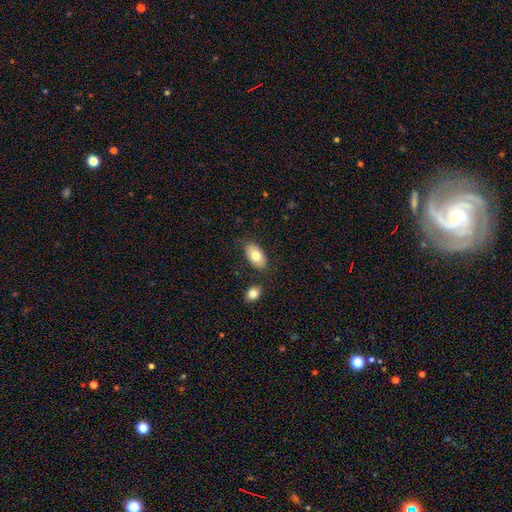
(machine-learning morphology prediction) This is likely a smooth galaxy (77%). How rounded: clearly in between (94%). Merging: clearly none (80%).